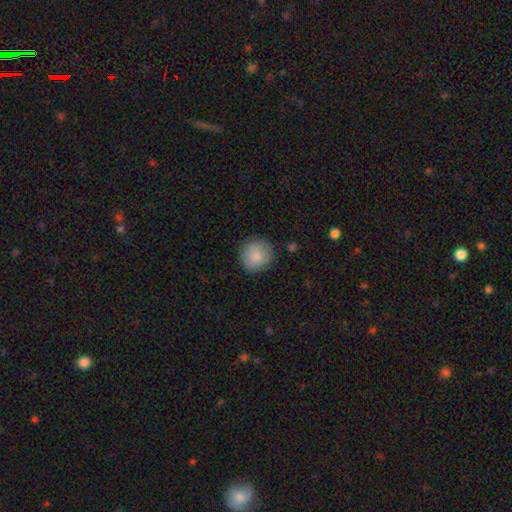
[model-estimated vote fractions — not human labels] Smooth or featured?
  - smooth: 86% *
  - star or artifact: 7%
  - featured or disk: 7%
How rounded?
  - round: 93% *
  - in between: 6%
  - cigar-shaped: 1%
Merging?
  - none: 86% *
  - minor disturbance: 10%
  - major disturbance: 3%
  - merger: 1%